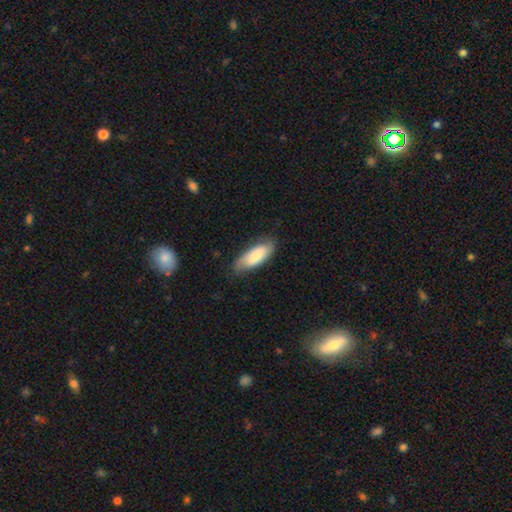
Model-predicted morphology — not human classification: smooth 71%, featured or disk 23%, star or artifact 6%. Down the decision tree: how rounded — in between (74%); merging — none (75%).